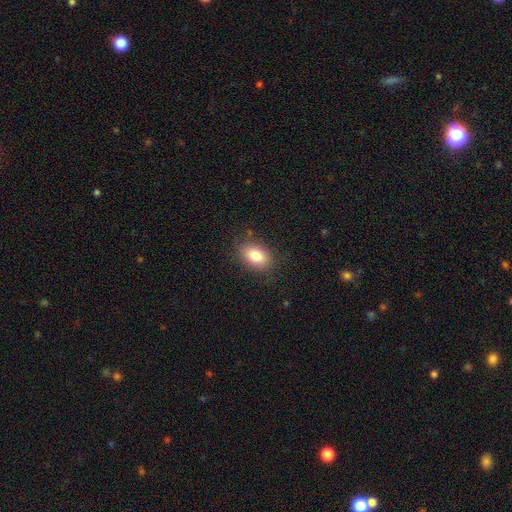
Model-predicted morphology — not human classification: Smooth or featured: smooth — 82% (featured or disk — 9%)
How rounded: in between — 82% (round — 17%)
Merging: none — 85% (minor disturbance — 11%)